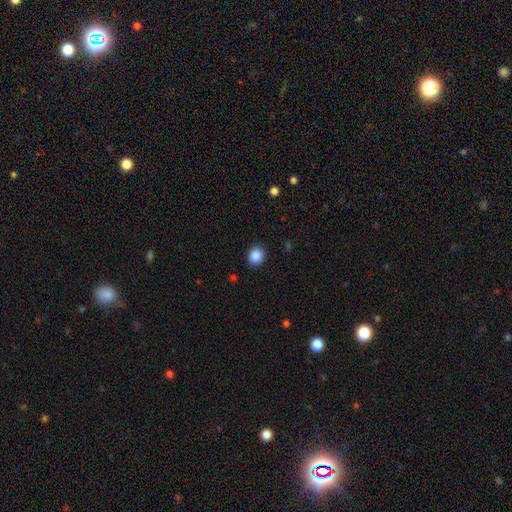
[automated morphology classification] This is clearly a smooth galaxy (88%). How rounded: likely round (80%). Merging: clearly none (90%).